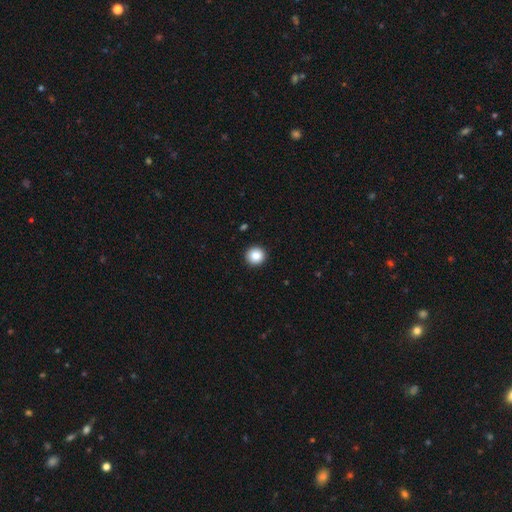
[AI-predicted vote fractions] smooth-or-featured: smooth: 87% | star or artifact: 9% | featured or disk: 4%
  how-rounded: round: 95% | in between: 5% | cigar-shaped: 1%
  merging: none: 93% | minor disturbance: 4% | major disturbance: 1% | merger: 1%